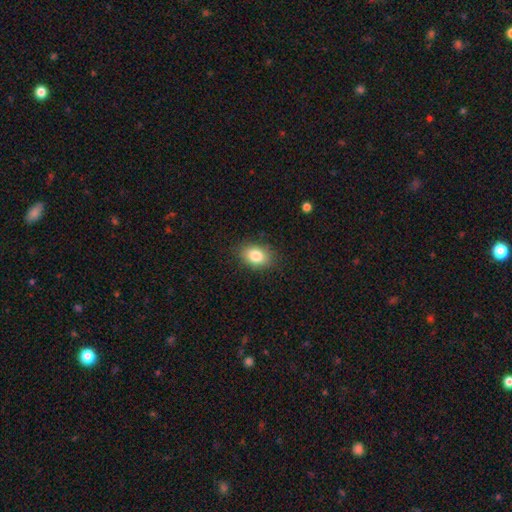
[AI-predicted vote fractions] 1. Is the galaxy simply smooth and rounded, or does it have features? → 84% smooth, 9% star or artifact, 8% featured or disk.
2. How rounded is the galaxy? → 78% in between, 20% round, 1% cigar-shaped.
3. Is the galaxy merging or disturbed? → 85% none, 11% minor disturbance, 3% major disturbance, 1% merger.